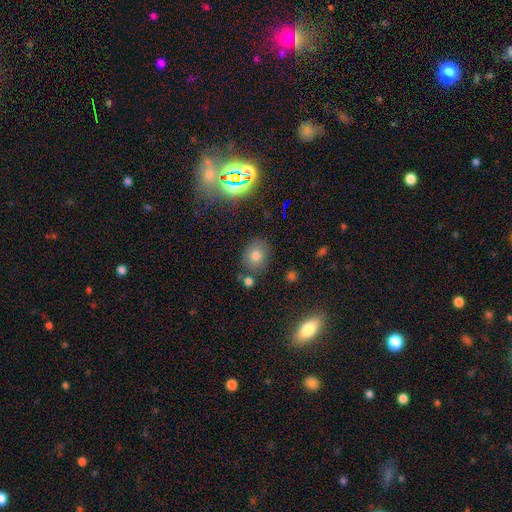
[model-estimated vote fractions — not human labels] Smooth or featured? Predicted: smooth (p=0.71). How rounded? Predicted: round (p=0.61). Merging? Predicted: none (p=0.79).